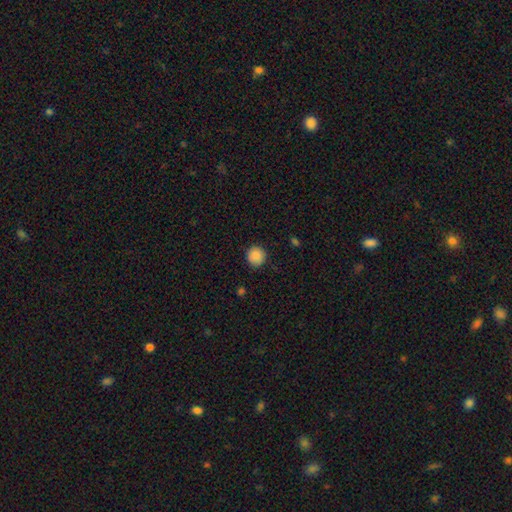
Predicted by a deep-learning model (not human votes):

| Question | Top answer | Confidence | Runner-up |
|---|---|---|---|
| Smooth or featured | smooth | 88% | star or artifact (9%) |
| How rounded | round | 93% | in between (6%) |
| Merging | none | 89% | minor disturbance (8%) |